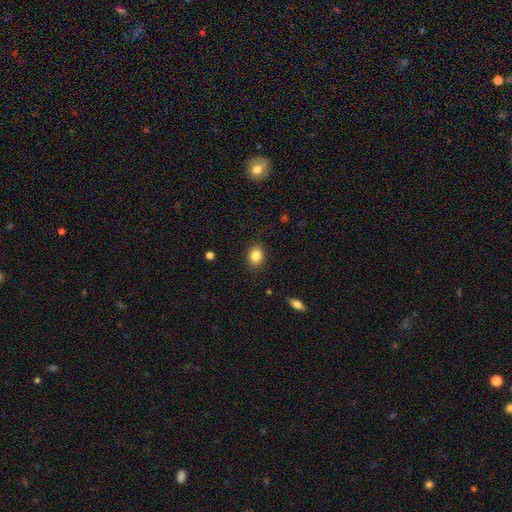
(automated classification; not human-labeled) This appears to be a smooth galaxy with no disk features (84%) that is in between round and cigar-shaped (54%). Merging: none (86%).